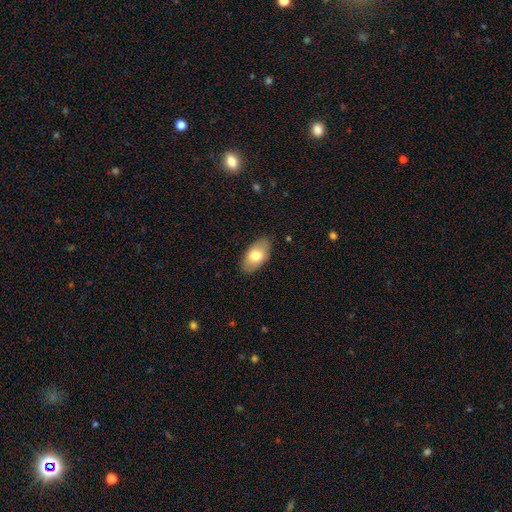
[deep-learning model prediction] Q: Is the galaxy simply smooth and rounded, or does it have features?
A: smooth — 73%.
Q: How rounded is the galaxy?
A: in between — 94%.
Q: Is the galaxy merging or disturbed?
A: none — 85%.